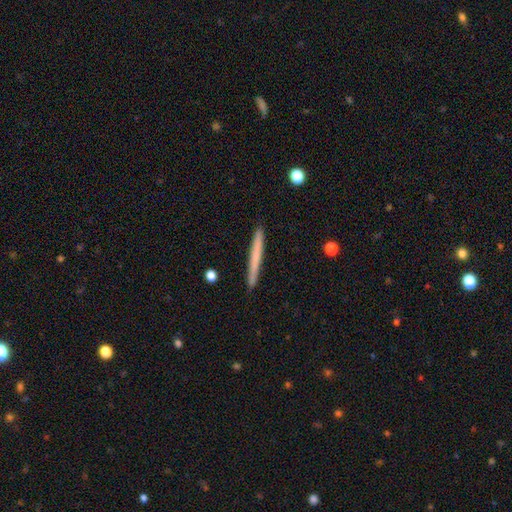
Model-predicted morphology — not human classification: Smooth or featured? Predicted: smooth (p=0.61). How rounded? Predicted: cigar-shaped (p=0.97). Merging? Predicted: none (p=0.92).